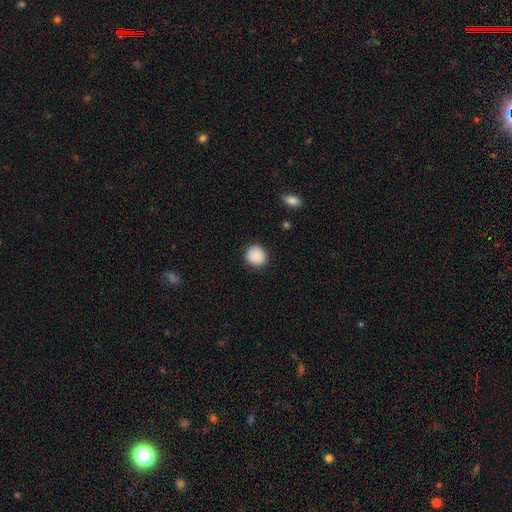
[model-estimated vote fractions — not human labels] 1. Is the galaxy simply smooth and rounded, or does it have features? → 90% smooth, 8% star or artifact, 3% featured or disk.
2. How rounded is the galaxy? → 88% round, 12% in between, 1% cigar-shaped.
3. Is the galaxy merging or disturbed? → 89% none, 8% minor disturbance, 2% major disturbance, 1% merger.